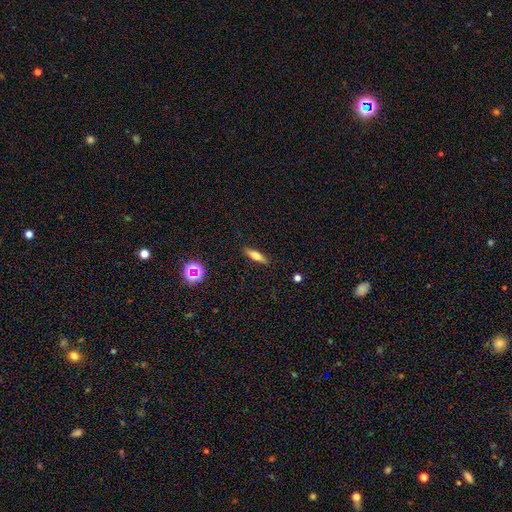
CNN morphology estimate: Q: Smooth or featured?
A: smooth (62%); runner-up: featured or disk (28%)
Q: How rounded?
A: cigar-shaped (63%); runner-up: in between (34%)
Q: Merging?
A: none (88%); runner-up: minor disturbance (9%)